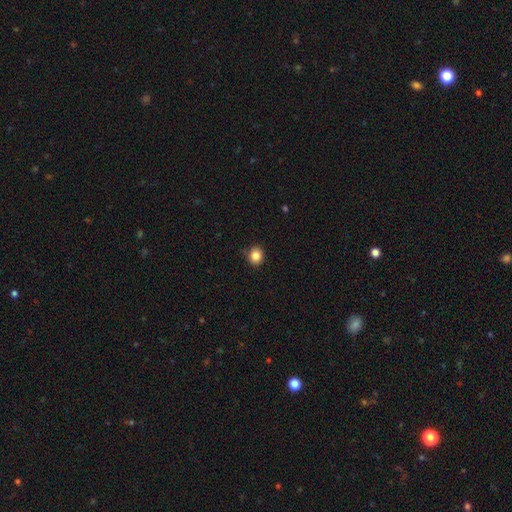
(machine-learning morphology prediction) Q: Smooth or featured?
A: smooth (84%); runner-up: star or artifact (11%)
Q: How rounded?
A: round (76%); runner-up: in between (23%)
Q: Merging?
A: none (87%); runner-up: minor disturbance (10%)